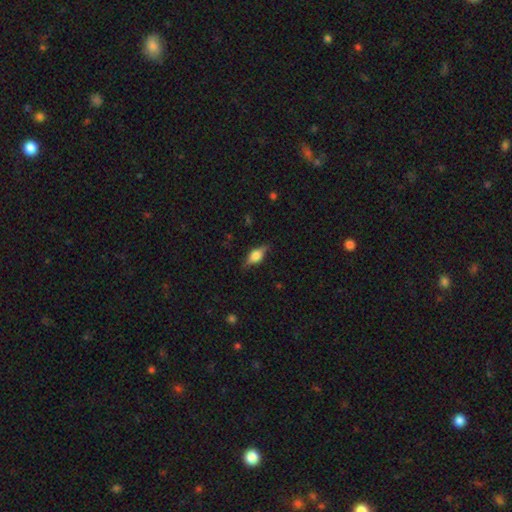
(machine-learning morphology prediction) A featured or disk galaxy (49%).

Vote fractions:
- Smooth or featured? featured or disk: 49% / smooth: 43% / star or artifact: 8%
- Merging? none: 81% / minor disturbance: 14% / major disturbance: 4% / merger: 1%